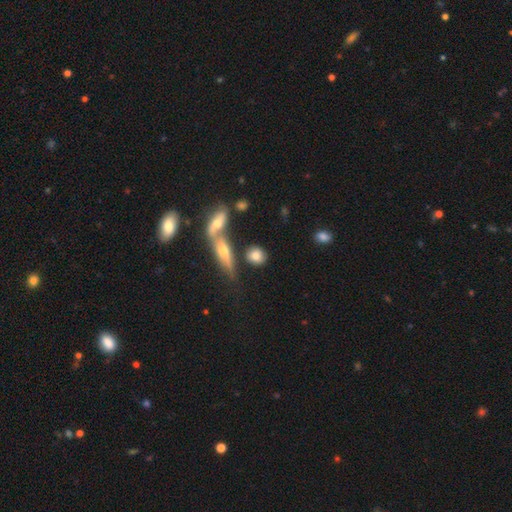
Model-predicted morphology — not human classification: Smooth or featured: smooth — 76% (featured or disk — 16%)
How rounded: round — 54% (in between — 39%)
Merging: none — 64% (merger — 20%)